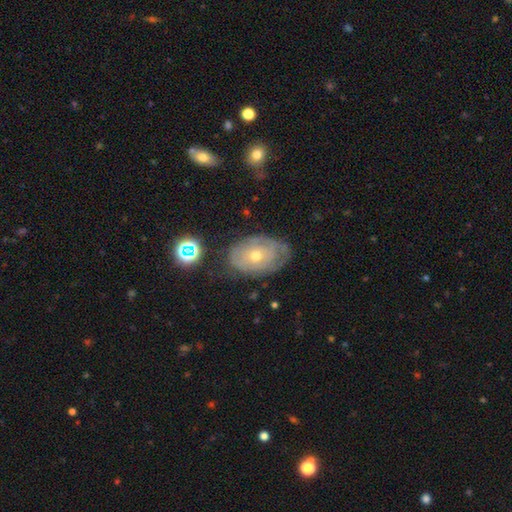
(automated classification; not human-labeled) smooth_or_featured: featured or disk (p=0.63) [alt: smooth p=0.28]
disk_edge_on: no (p=0.94) [alt: yes p=0.06]
bar: no (p=0.86) [alt: weak p=0.12]
has_spiral_arms: yes (p=0.61) [alt: no p=0.39]
bulge_size: small (p=0.52) [alt: moderate p=0.44]
merging: none (p=0.67) [alt: minor disturbance p=0.23]